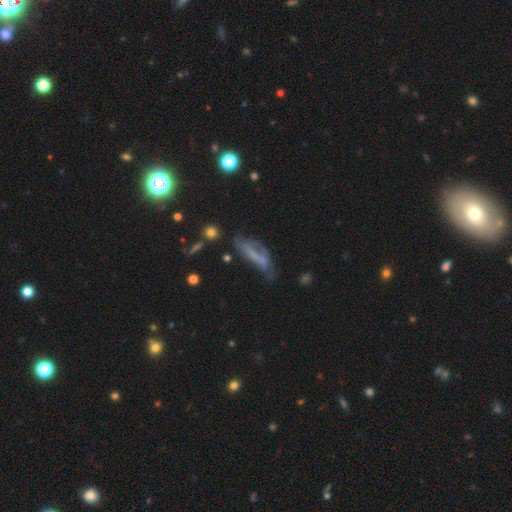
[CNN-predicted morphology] This appears to be a featured or disk galaxy (42%, tied with smooth). Merging: none (39%).